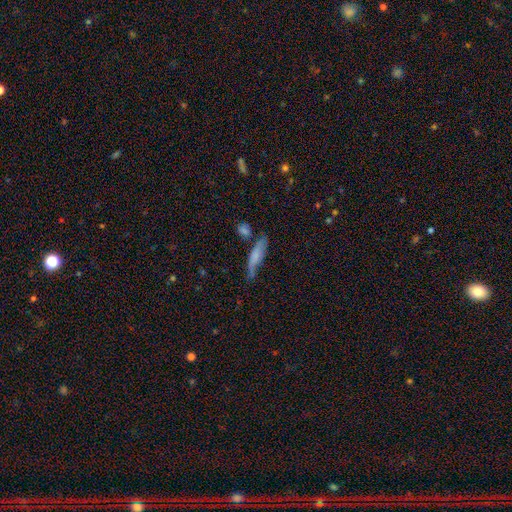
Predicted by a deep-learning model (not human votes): Smooth or featured?
  - smooth: 61% *
  - featured or disk: 31%
  - star or artifact: 8%
How rounded?
  - cigar-shaped: 78% *
  - in between: 20%
  - round: 3%
Merging?
  - none: 56% *
  - minor disturbance: 26%
  - merger: 9%
  - major disturbance: 8%